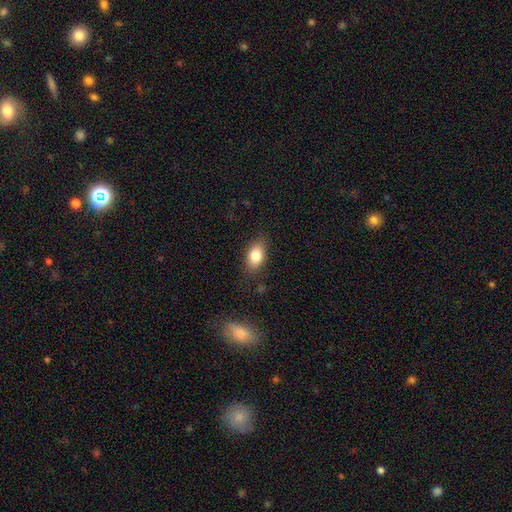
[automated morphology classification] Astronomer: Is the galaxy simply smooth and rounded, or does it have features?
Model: smooth — 82%.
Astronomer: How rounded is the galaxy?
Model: in between — 86%.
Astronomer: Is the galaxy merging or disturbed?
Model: none — 82%.